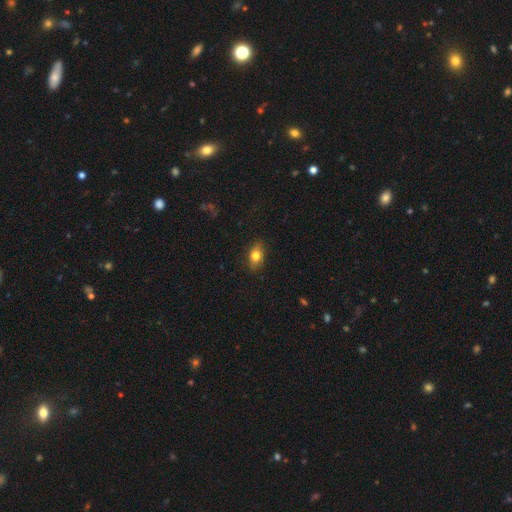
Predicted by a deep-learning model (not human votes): Overall: smooth (79%). How rounded: in between (82%). Merging: none (85%).